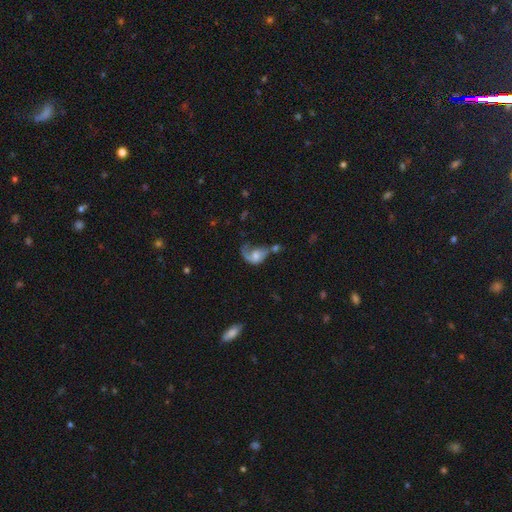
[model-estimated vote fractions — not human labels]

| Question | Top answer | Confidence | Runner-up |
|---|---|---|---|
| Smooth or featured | featured or disk | 54% | smooth (37%) |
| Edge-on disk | no | 96% | yes (4%) |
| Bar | no | 72% | weak (24%) |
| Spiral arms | yes | 75% | no (25%) |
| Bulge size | moderate | 47% | small (26%) |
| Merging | major disturbance | 41% | merger (23%) |